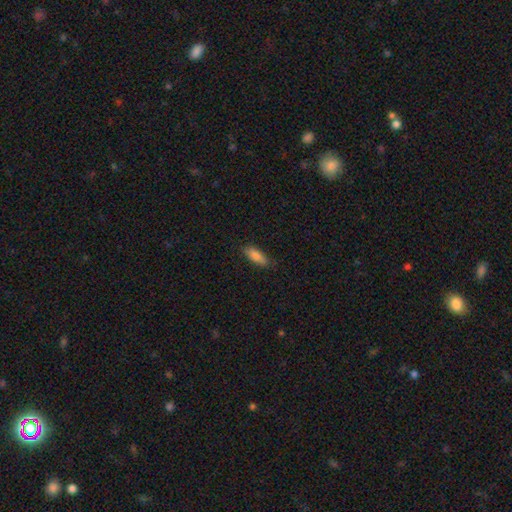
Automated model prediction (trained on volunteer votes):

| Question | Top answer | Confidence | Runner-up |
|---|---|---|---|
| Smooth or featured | smooth | 81% | featured or disk (12%) |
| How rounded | in between | 56% | cigar-shaped (42%) |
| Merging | none | 82% | minor disturbance (14%) |